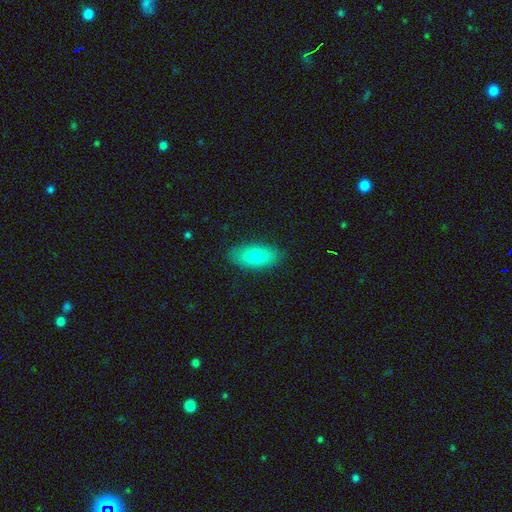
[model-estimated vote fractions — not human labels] This is likely a smooth galaxy (77%). How rounded: clearly in between (87%). Merging: clearly none (86%).